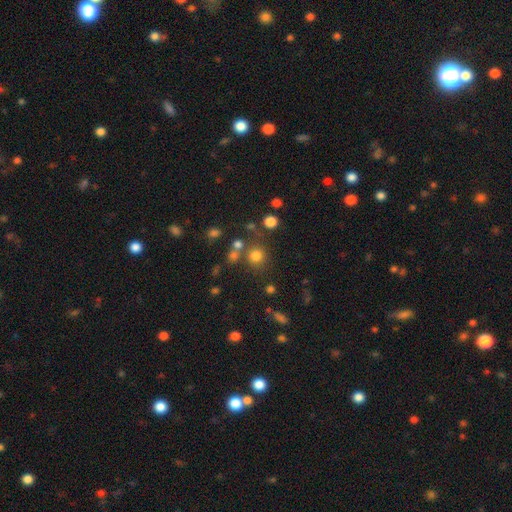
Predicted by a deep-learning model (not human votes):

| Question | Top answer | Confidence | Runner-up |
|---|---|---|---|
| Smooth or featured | smooth | 75% | star or artifact (18%) |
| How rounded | round | 90% | in between (9%) |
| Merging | none | 73% | merger (13%) |